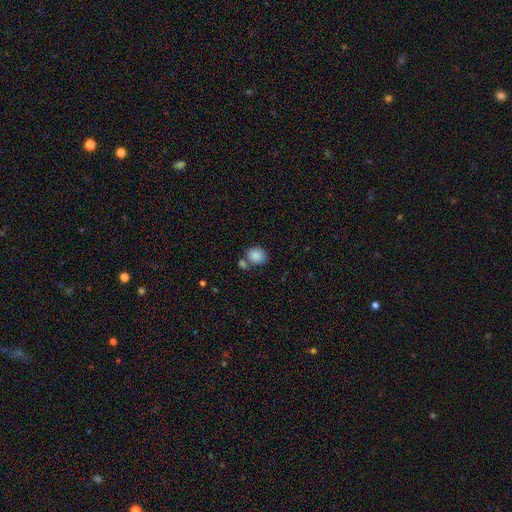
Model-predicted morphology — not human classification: smooth 86%, star or artifact 9%, featured or disk 5%. Down the decision tree: how rounded — round (59%); merging — none (58%).